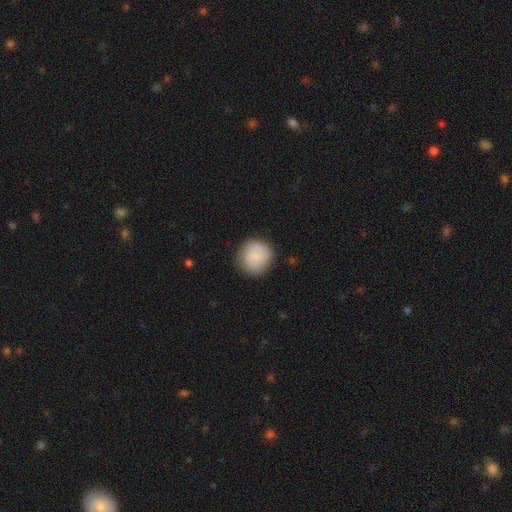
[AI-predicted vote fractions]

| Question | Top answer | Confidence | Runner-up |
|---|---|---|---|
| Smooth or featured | smooth | 80% | featured or disk (13%) |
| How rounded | round | 92% | in between (7%) |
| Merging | none | 82% | minor disturbance (13%) |